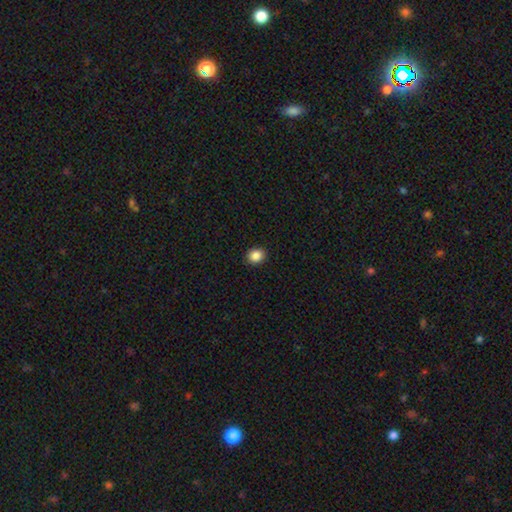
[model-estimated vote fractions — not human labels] Morphology: type=smooth (87%); roundness=round (68%); merging=none (91%).